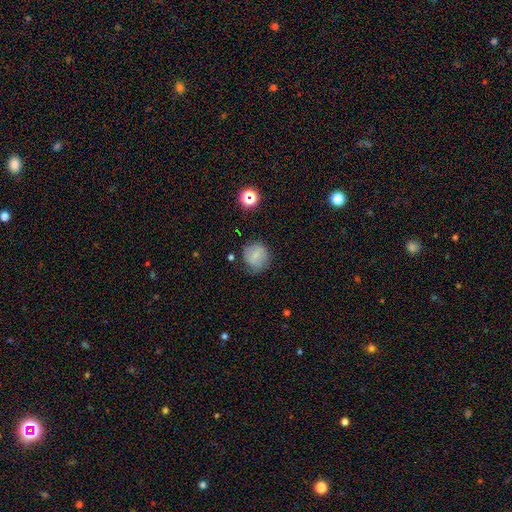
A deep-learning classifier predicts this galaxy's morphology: A smooth galaxy with no disk features (73%) that is round (86%).

Vote fractions:
- Smooth or featured? smooth: 73% / featured or disk: 16% / star or artifact: 10%
- How rounded? round: 86% / in between: 13% / cigar-shaped: 1%
- Merging? none: 69% / minor disturbance: 23% / major disturbance: 6% / merger: 2%